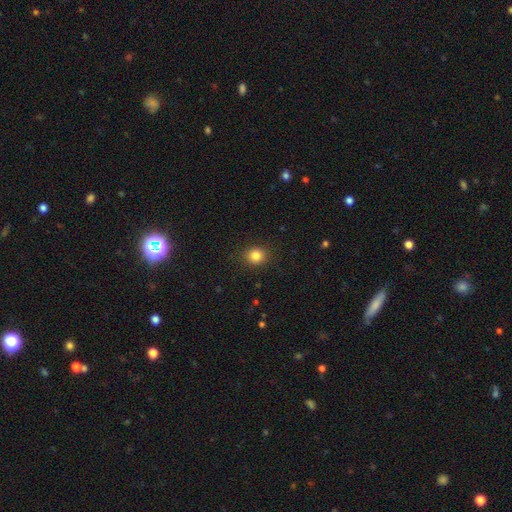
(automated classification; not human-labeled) This is clearly a smooth galaxy (83%). How rounded: clearly round (80%). Merging: clearly none (89%).